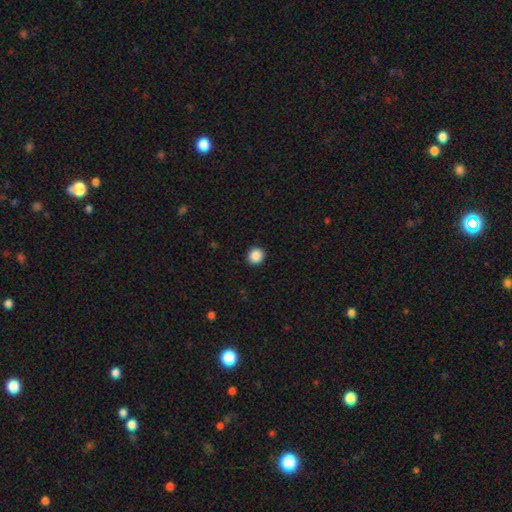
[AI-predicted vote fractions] This appears to be a smooth galaxy with no disk features (88%) that is round (91%). Merging: none (93%).